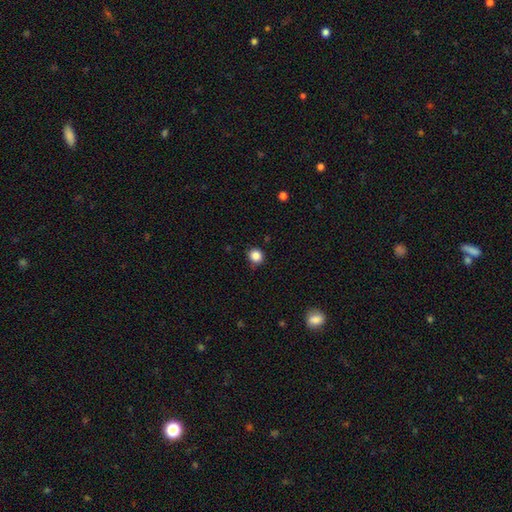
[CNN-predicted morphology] smooth_or_featured: smooth (p=0.86) [alt: star or artifact p=0.11]
how_rounded: round (p=0.90) [alt: in between p=0.10]
merging: none (p=0.85) [alt: minor disturbance p=0.11]